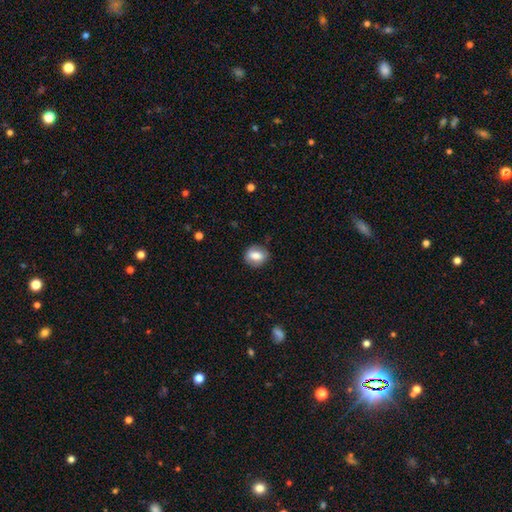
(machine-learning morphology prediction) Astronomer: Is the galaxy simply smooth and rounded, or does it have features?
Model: smooth — 74%.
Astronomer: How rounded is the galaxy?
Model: round — 56% (runner-up: in between, 42%).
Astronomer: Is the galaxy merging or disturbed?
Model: none — 84%.